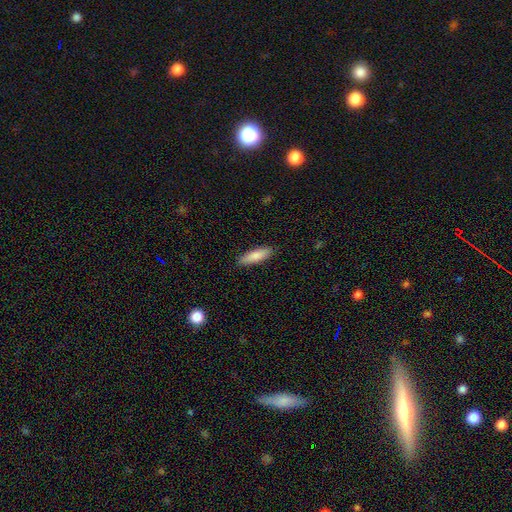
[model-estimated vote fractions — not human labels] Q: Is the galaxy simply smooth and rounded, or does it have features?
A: smooth — 83%.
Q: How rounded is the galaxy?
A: cigar-shaped — 60%.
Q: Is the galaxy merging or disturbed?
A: none — 89%.